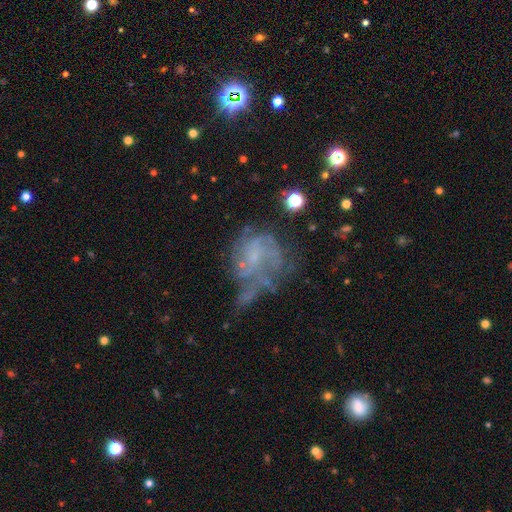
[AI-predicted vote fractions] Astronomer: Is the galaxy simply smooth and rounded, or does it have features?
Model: featured or disk — 62%.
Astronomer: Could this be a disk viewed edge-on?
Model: no — 98%.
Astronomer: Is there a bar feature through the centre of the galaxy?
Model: no — 78%.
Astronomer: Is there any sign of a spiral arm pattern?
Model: yes — 53% (runner-up: no, 47%).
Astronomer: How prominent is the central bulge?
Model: small — 45% (runner-up: none, 42%).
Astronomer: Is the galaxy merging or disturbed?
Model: major disturbance — 38% (runner-up: none, 29%).